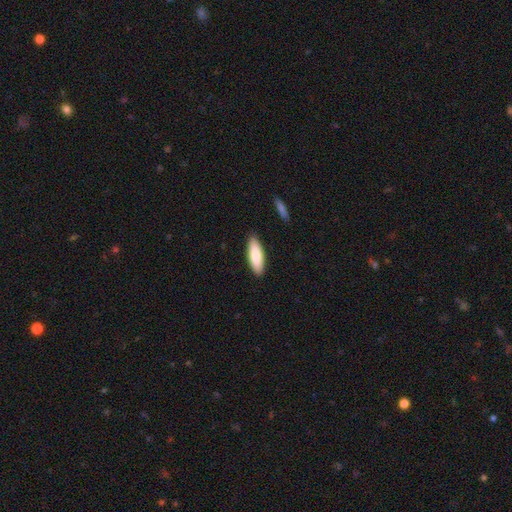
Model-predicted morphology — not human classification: Overall: smooth (83%). How rounded: in between (57%; cigar-shaped 41%). Merging: none (89%).